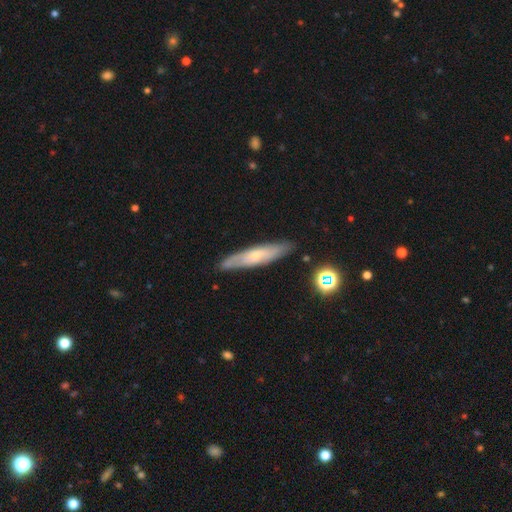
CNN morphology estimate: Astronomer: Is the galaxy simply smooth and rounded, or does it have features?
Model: featured or disk — 49% (runner-up: smooth, 44%).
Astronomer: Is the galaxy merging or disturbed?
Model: none — 84%.